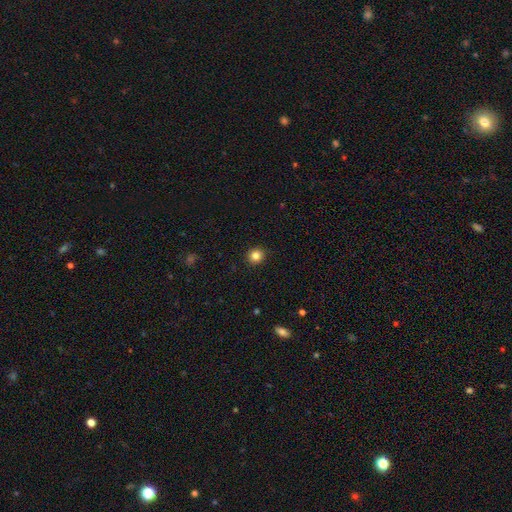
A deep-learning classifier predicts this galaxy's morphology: Smooth or featured? smooth (84%)
How rounded? round (91%)
Merging? none (92%)